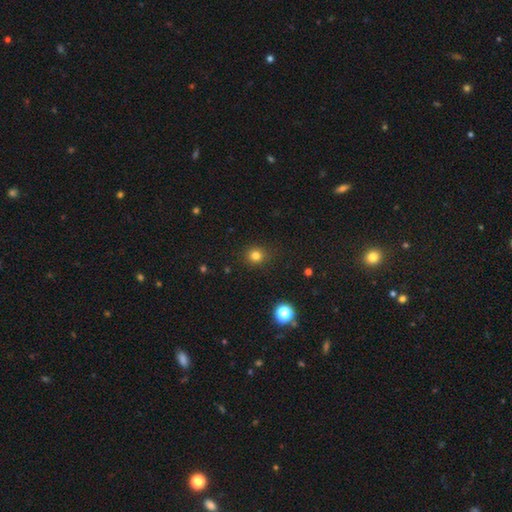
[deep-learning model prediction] This is clearly a smooth galaxy (80%). How rounded: clearly round (88%). Merging: clearly none (87%).